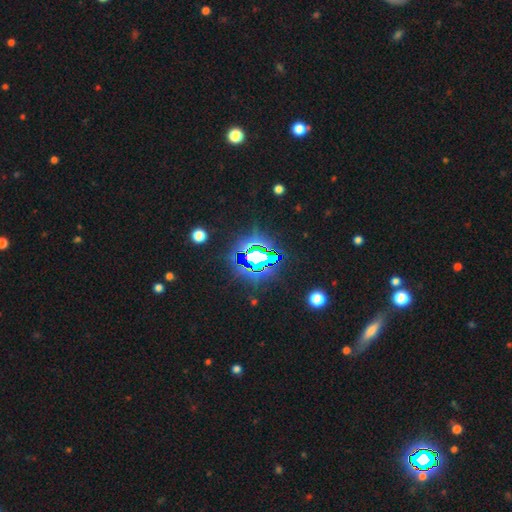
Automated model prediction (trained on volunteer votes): Smooth or featured? Predicted: star or artifact (p=0.76).